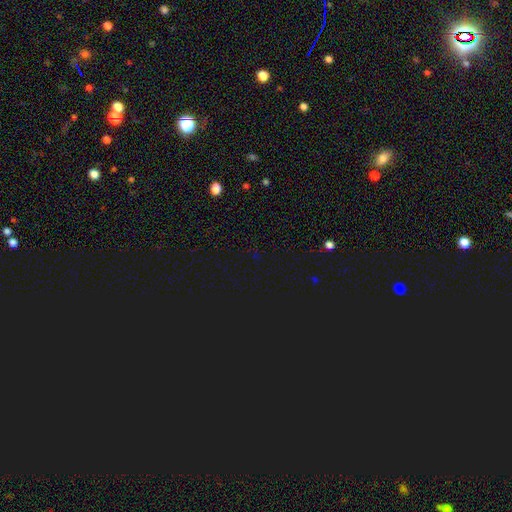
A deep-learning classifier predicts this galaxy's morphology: Q: Smooth or featured?
A: star or artifact (76%); runner-up: smooth (17%)